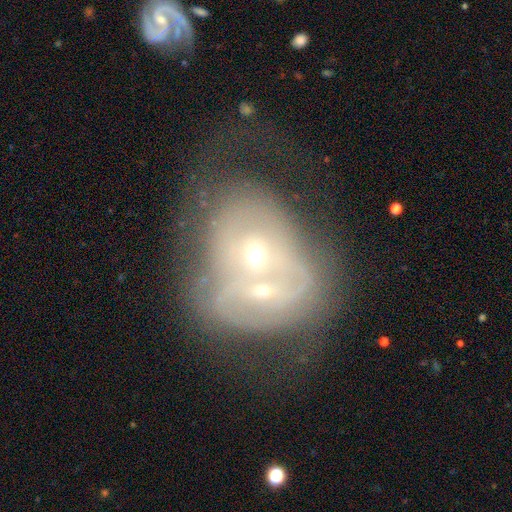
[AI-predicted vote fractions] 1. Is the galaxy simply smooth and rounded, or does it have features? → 64% featured or disk, 25% smooth, 11% star or artifact.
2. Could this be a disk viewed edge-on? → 96% no, 4% yes.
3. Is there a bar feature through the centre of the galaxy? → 83% no, 13% weak, 4% strong.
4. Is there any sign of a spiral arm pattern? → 55% no, 45% yes.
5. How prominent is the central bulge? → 66% small, 29% moderate, 2% none, 2% large, 1% dominant.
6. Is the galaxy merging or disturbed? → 67% merger, 13% none, 11% major disturbance, 8% minor disturbance.